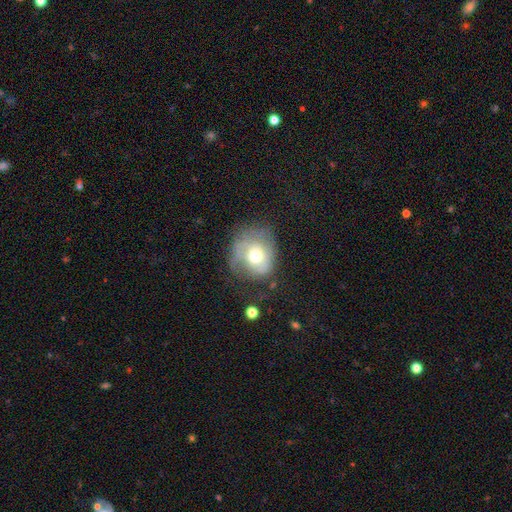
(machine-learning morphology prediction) Smooth or featured: smooth — 52% (featured or disk — 39%)
How rounded: round — 61% (in between — 38%)
Merging: none — 46% (minor disturbance — 30%)